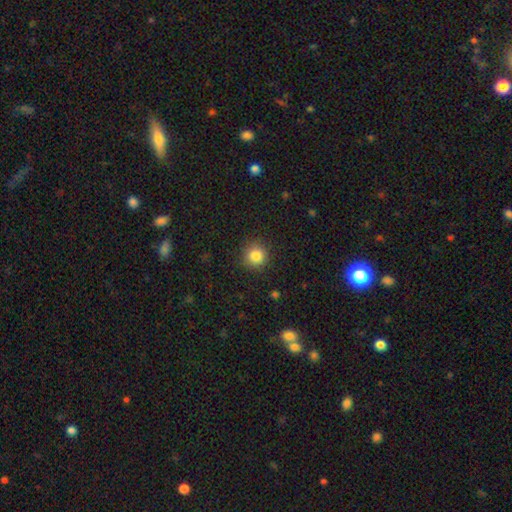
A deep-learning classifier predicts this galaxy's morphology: Smooth or featured?
  - smooth: 84% *
  - star or artifact: 11%
  - featured or disk: 5%
How rounded?
  - round: 93% *
  - in between: 6%
  - cigar-shaped: 1%
Merging?
  - none: 89% *
  - minor disturbance: 7%
  - major disturbance: 2%
  - merger: 1%